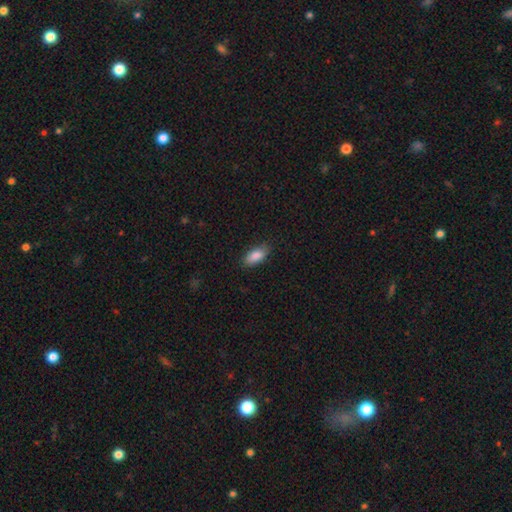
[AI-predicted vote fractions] The model was most divided on "merging": none: 82%, minor disturbance: 14%, major disturbance: 3%, merger: 1%. More confident: how rounded — in between (88%); smooth or featured — smooth (88%).